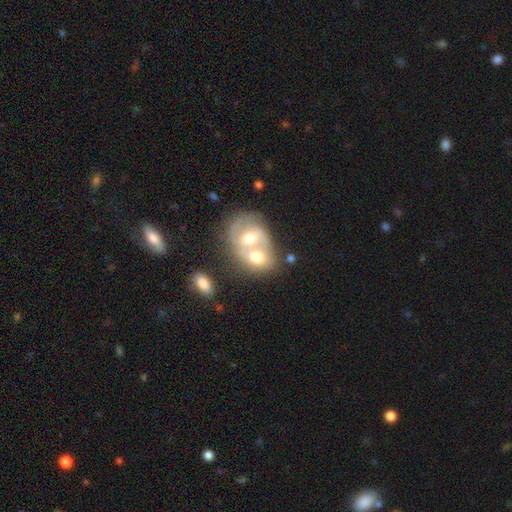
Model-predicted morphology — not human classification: featured or disk 50%, smooth 42%, star or artifact 8%. Down the decision tree: edge-on disk — no (95%); merging — merger (73%).